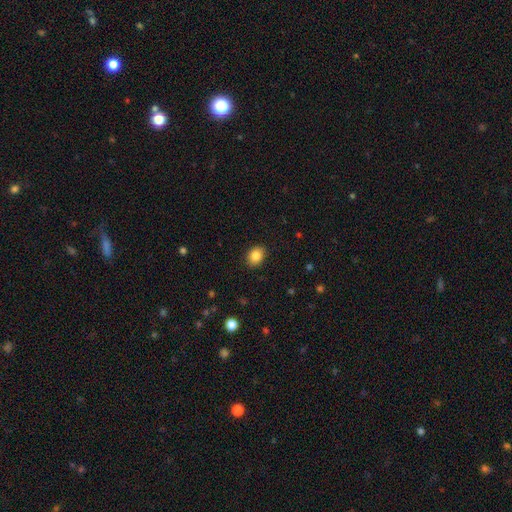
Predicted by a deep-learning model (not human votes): Smooth or featured?
  - smooth: 86% *
  - star or artifact: 9%
  - featured or disk: 5%
How rounded?
  - in between: 58% *
  - round: 41%
  - cigar-shaped: 1%
Merging?
  - none: 88% *
  - minor disturbance: 8%
  - major disturbance: 2%
  - merger: 1%